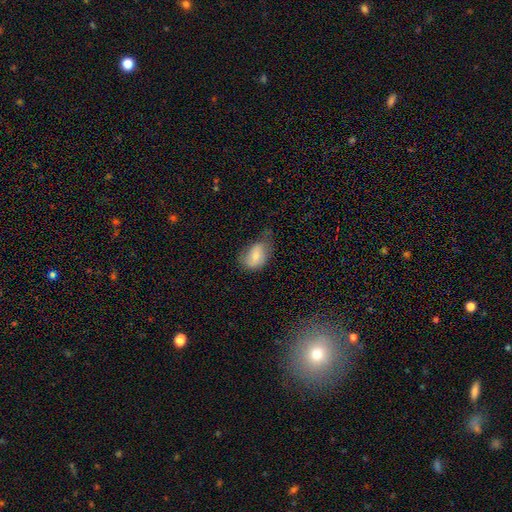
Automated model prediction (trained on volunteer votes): A smooth galaxy with no disk features (68%) that is in between round and cigar-shaped (78%). Merging: minor disturbance (43%).